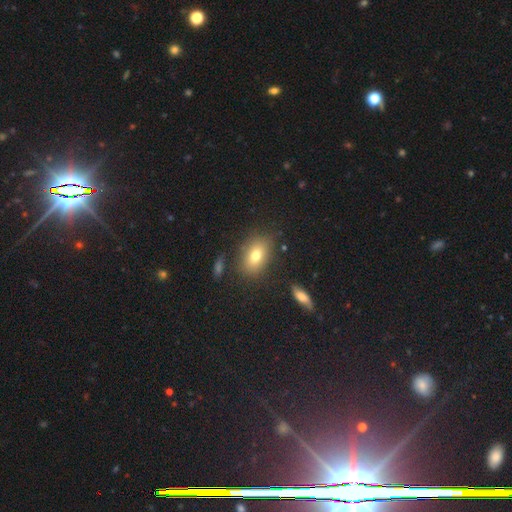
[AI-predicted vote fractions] This is likely a smooth galaxy (75%). How rounded: likely in between (79%). Merging: clearly none (80%).